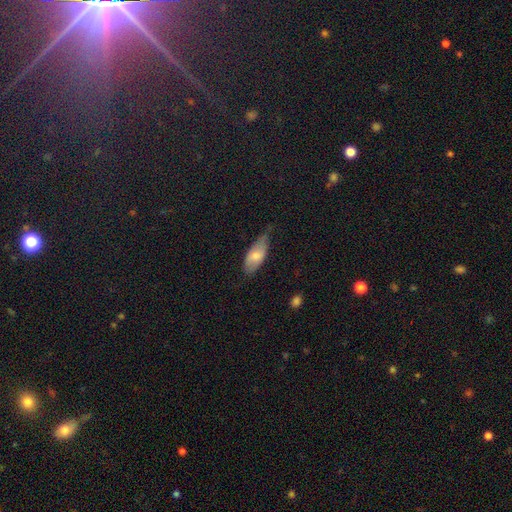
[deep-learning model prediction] Morphology: type=smooth (68%); roundness=in between (85%); merging=none (50%).